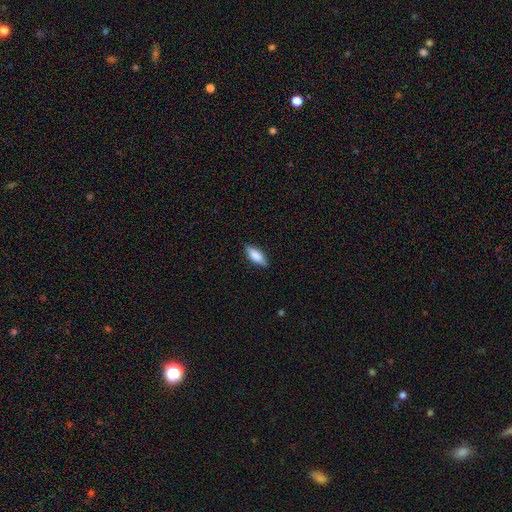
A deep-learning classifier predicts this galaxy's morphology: This appears to be a smooth galaxy with no disk features (79%) that is in between round and cigar-shaped (68%). Merging: none (86%).